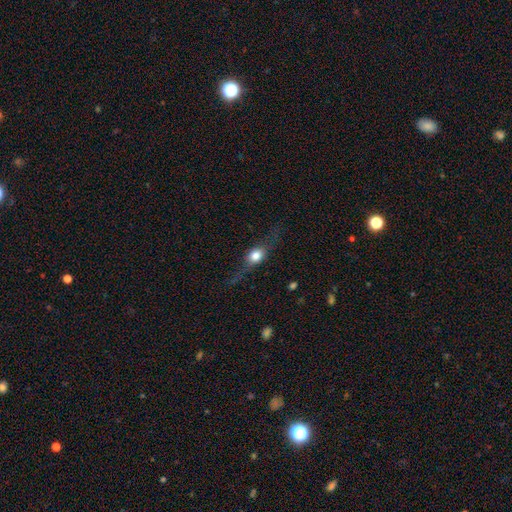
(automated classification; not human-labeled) A featured or disk galaxy (50%).

Vote fractions:
- Smooth or featured? featured or disk: 50% / smooth: 41% / star or artifact: 9%
- Merging? none: 70% / minor disturbance: 17% / major disturbance: 11% / merger: 2%